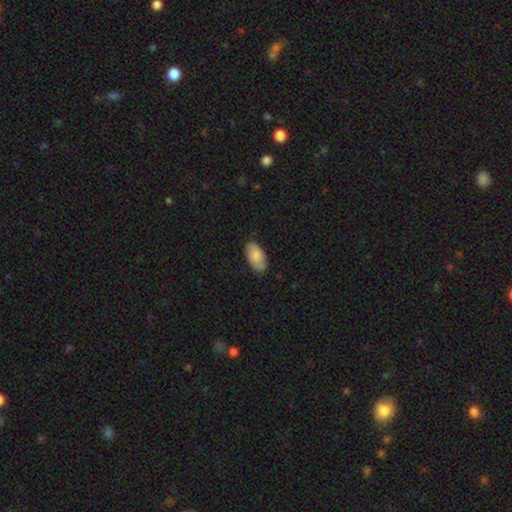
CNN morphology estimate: This appears to be a smooth galaxy with no disk features (85%) that is in between round and cigar-shaped (95%). Merging: none (81%).